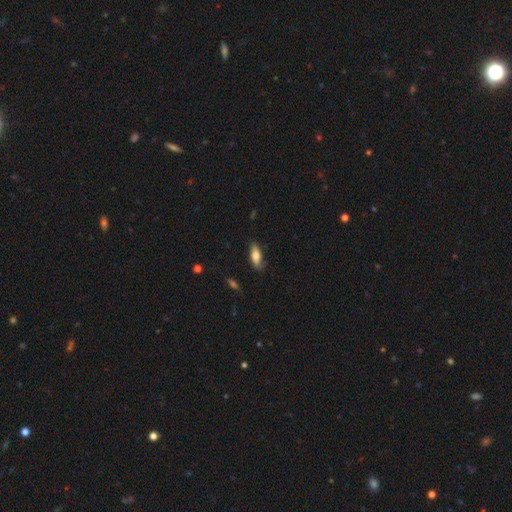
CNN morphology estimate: smooth 71%, featured or disk 22%, star or artifact 7%. Down the decision tree: how rounded — in between (69%); merging — none (73%).